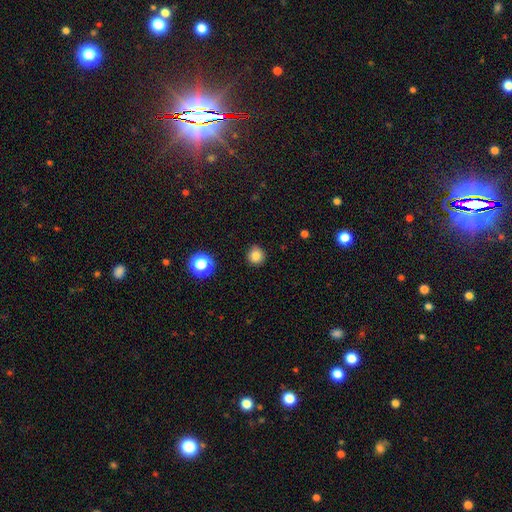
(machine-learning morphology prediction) smooth_or_featured: smooth (p=0.83) [alt: star or artifact p=0.12]
how_rounded: round (p=0.92) [alt: in between p=0.07]
merging: none (p=0.89) [alt: minor disturbance p=0.08]